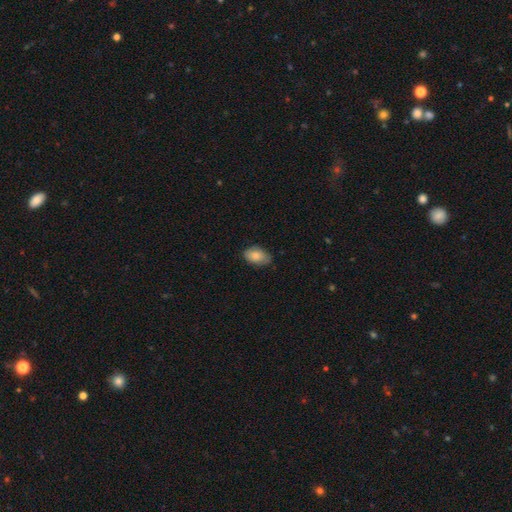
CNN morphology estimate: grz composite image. It shows a smooth galaxy with no disk features (81%) that is in between round and cigar-shaped (89%). Merging: none (75%).